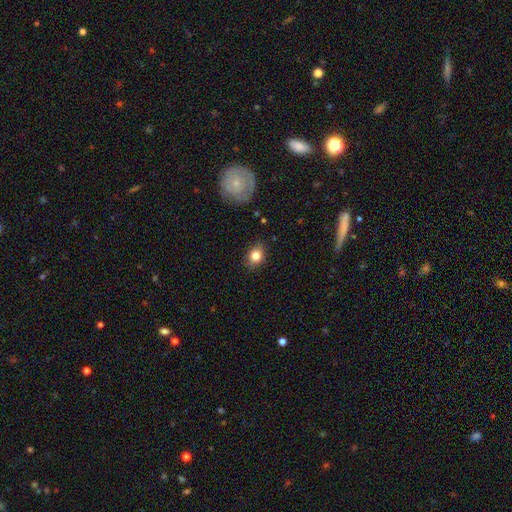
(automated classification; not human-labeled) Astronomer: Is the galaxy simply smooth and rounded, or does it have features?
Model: smooth — 81%.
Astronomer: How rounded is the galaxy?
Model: in between — 58% (runner-up: round, 41%).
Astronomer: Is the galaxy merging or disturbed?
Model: none — 83%.